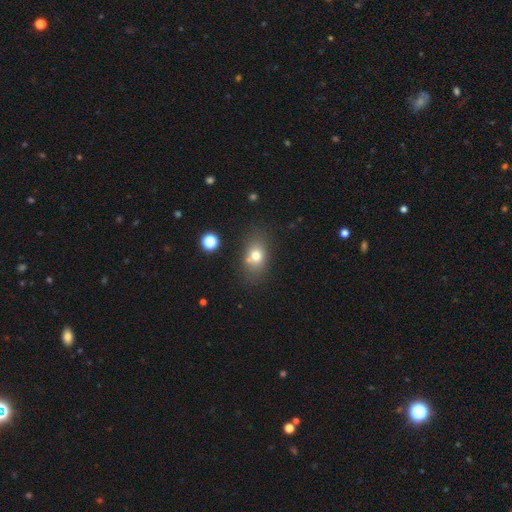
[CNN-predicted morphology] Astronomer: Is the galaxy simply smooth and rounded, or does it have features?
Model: smooth — 73%.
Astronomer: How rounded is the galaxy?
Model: in between — 70%.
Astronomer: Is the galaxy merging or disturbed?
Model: none — 67%.